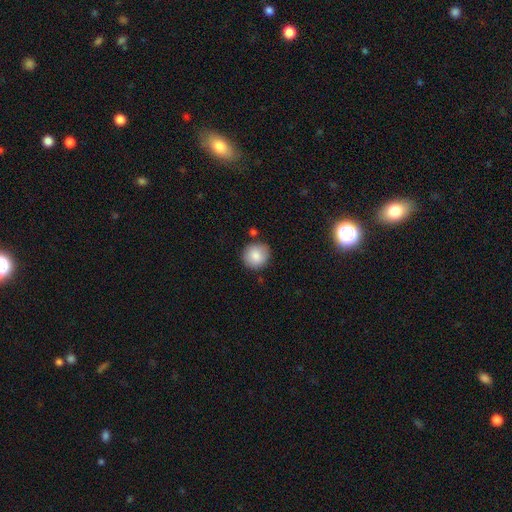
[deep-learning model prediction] This is clearly a smooth galaxy (85%). How rounded: clearly round (90%). Merging: clearly none (81%).